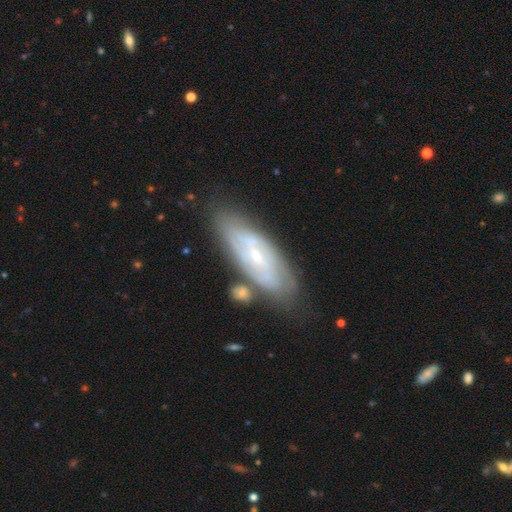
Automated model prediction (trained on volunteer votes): Smooth or featured: featured or disk — 71% (smooth — 23%)
Edge-on disk: no — 83% (yes — 17%)
Bar: weak — 44% (no — 39%)
Spiral arms: yes — 78% (no — 22%)
Bulge size: small — 69% (moderate — 26%)
Merging: none — 71% (minor disturbance — 17%)